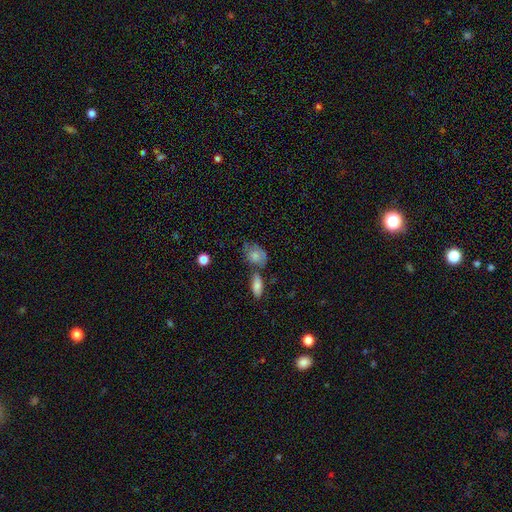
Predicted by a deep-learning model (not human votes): Morphology: type=smooth (74%); roundness=in between (66%); merging=none (43%).